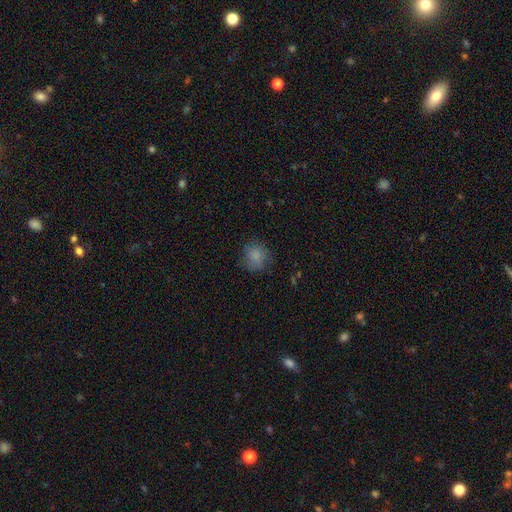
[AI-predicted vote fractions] This appears to be a smooth galaxy with no disk features (82%) that is round (79%). Merging: none (76%).